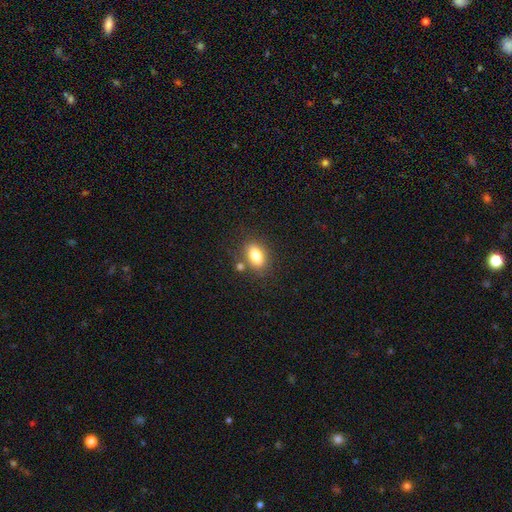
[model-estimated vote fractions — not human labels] This is clearly a smooth galaxy (81%). How rounded: clearly in between (85%). Merging: likely none (75%).